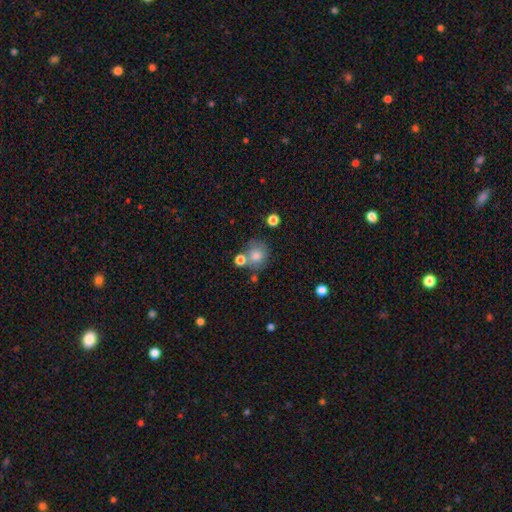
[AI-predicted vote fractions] smooth-or-featured: smooth: 77% | featured or disk: 12% | star or artifact: 10%
  how-rounded: round: 81% | in between: 18% | cigar-shaped: 1%
  merging: none: 57% | merger: 21% | minor disturbance: 15% | major disturbance: 7%